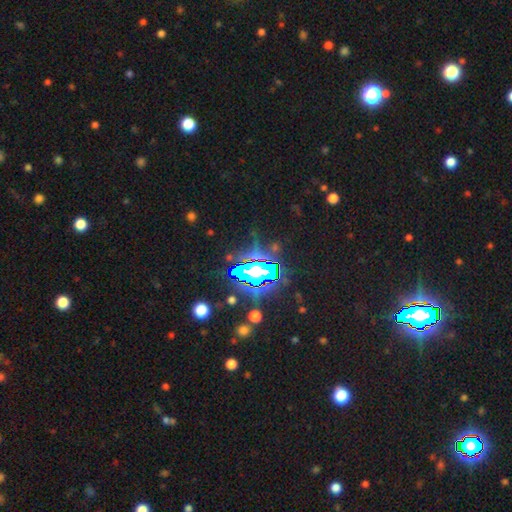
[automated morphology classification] star or artifact 81%, smooth 10%, featured or disk 9%.